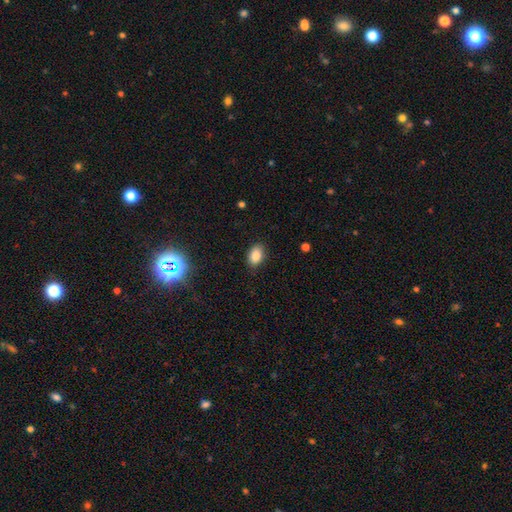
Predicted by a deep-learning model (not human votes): Q: Smooth or featured?
A: smooth (85%); runner-up: star or artifact (10%)
Q: How rounded?
A: in between (86%); runner-up: round (13%)
Q: Merging?
A: none (84%); runner-up: minor disturbance (12%)